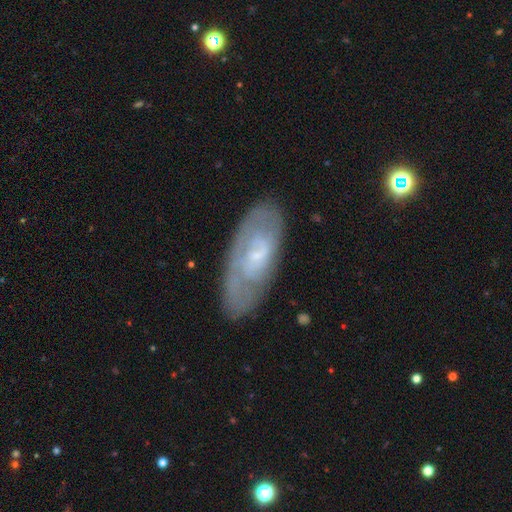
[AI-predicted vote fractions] Q: Smooth or featured?
A: featured or disk (66%); runner-up: smooth (27%)
Q: Edge-on disk?
A: no (89%); runner-up: yes (11%)
Q: Bar?
A: no (54%); runner-up: weak (38%)
Q: Spiral arms?
A: yes (73%); runner-up: no (27%)
Q: Bulge size?
A: small (66%); runner-up: moderate (19%)
Q: Merging?
A: none (70%); runner-up: minor disturbance (20%)